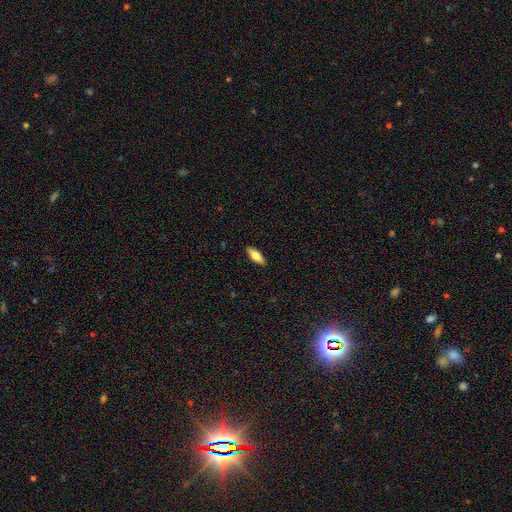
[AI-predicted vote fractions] The model was most divided on "how rounded": in between: 67%, cigar-shaped: 31%, round: 2%. More confident: merging — none (90%); smooth or featured — smooth (70%).